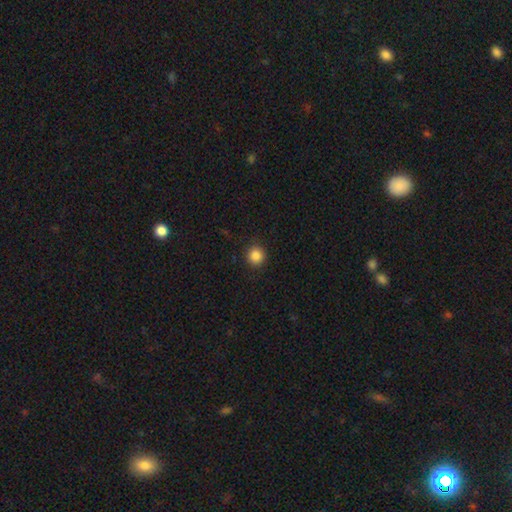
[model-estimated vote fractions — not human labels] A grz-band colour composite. It shows a smooth galaxy with no disk features (87%) that is round (93%). Merging: none (91%).